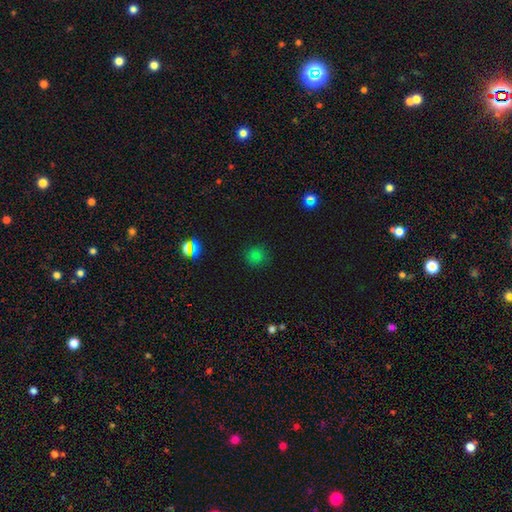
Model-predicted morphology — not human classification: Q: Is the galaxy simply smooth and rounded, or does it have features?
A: smooth — 76%.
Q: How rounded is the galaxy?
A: round — 91%.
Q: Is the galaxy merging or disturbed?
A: none — 87%.